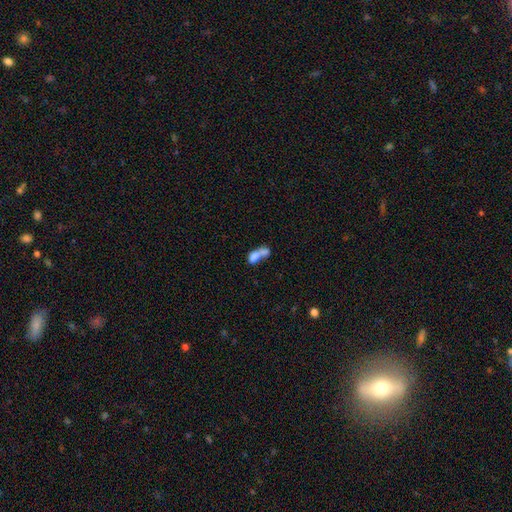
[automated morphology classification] Q: Smooth or featured?
A: smooth (70%); runner-up: featured or disk (20%)
Q: How rounded?
A: in between (76%); runner-up: round (16%)
Q: Merging?
A: merger (73%); runner-up: none (15%)